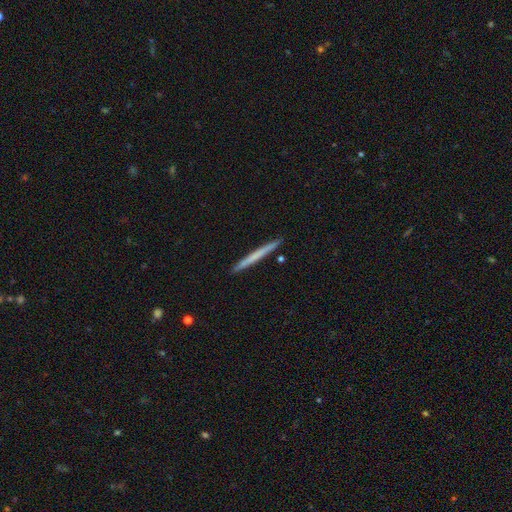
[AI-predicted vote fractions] A smooth galaxy with no disk features (58%) that is cigar-shaped (97%). Merging: none (92%).